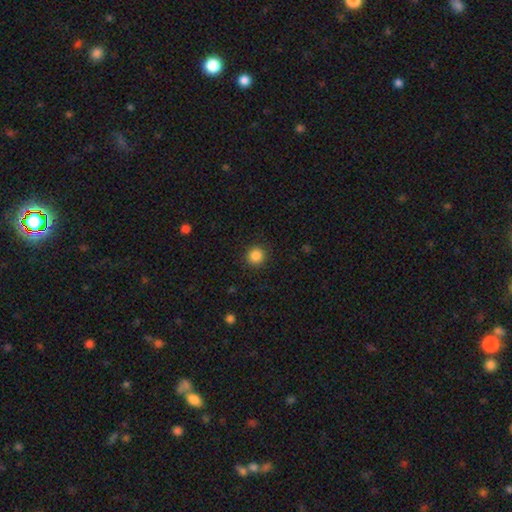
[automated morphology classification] This is clearly a smooth galaxy (86%). How rounded: clearly round (93%). Merging: clearly none (91%).